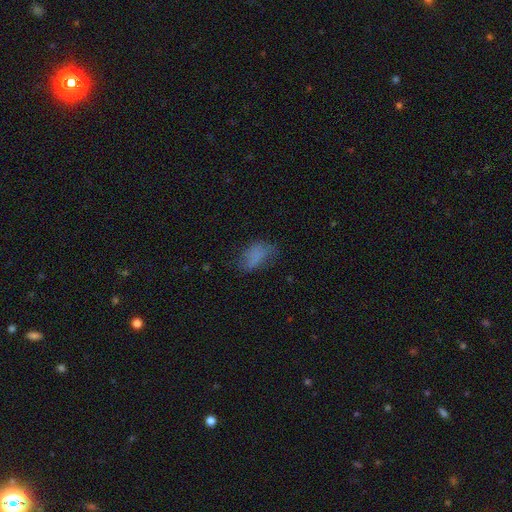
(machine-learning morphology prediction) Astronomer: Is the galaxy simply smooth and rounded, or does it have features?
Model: smooth — 68%.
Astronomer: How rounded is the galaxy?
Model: in between — 89%.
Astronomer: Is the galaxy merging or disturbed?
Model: none — 48% (runner-up: minor disturbance, 29%).